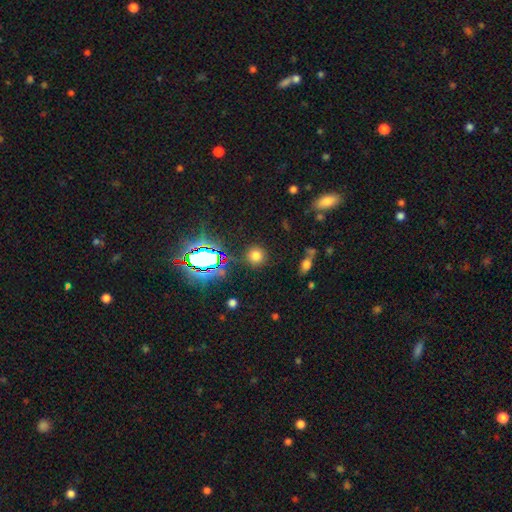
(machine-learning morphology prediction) Smooth or featured?
  - smooth: 71% *
  - star or artifact: 23%
  - featured or disk: 6%
How rounded?
  - round: 92% *
  - in between: 7%
  - cigar-shaped: 1%
Merging?
  - none: 88% *
  - minor disturbance: 7%
  - major disturbance: 3%
  - merger: 2%